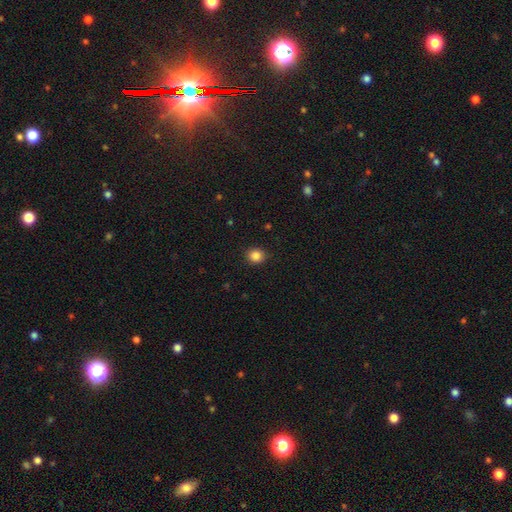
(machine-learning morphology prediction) type=smooth (86%); roundness=round (80%); merging=none (89%).